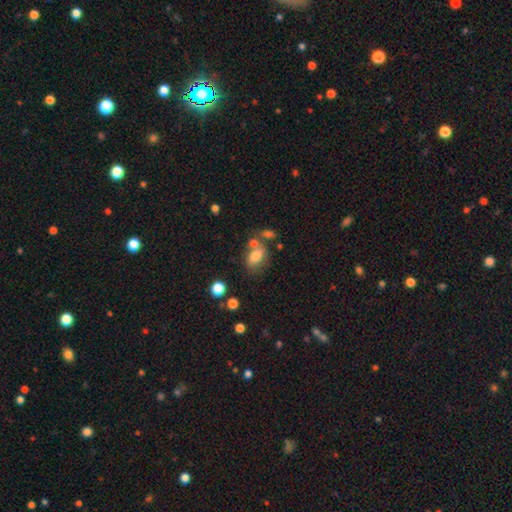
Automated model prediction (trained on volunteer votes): Smooth or featured? Predicted: smooth (p=0.74). How rounded? Predicted: in between (p=0.82). Merging? Predicted: none (p=0.47).